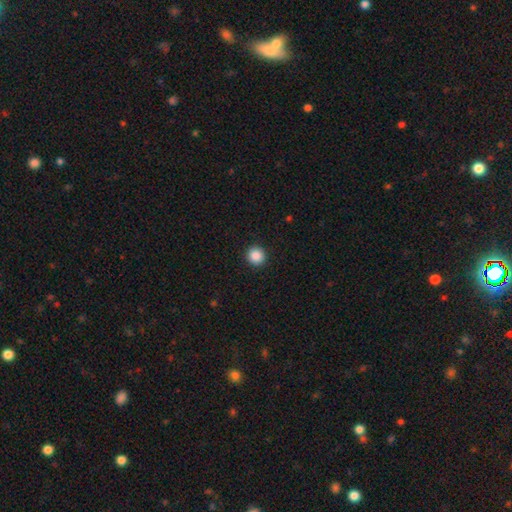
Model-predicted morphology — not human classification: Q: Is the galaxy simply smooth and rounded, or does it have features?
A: smooth — 88%.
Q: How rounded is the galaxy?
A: round — 93%.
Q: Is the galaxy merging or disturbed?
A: none — 92%.